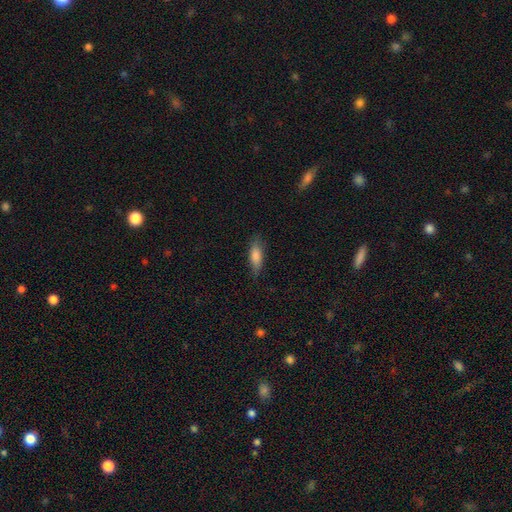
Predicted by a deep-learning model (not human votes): Smooth or featured? Predicted: smooth (p=0.77). How rounded? Predicted: in between (p=0.56). Merging? Predicted: none (p=0.79).